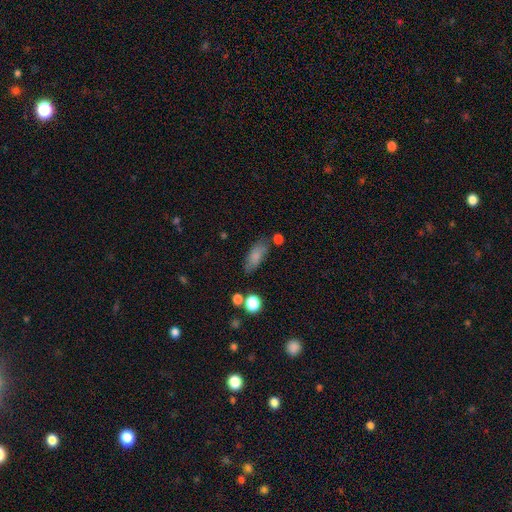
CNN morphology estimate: This appears to be a smooth galaxy with no disk features (81%) that is in between round and cigar-shaped (77%). Merging: none (69%).